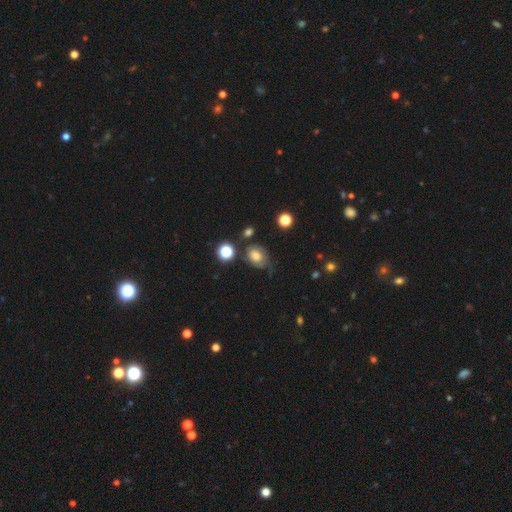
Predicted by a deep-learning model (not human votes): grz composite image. It shows a smooth galaxy with no disk features (57%) that is in between round and cigar-shaped (59%). Merging: none (44%).